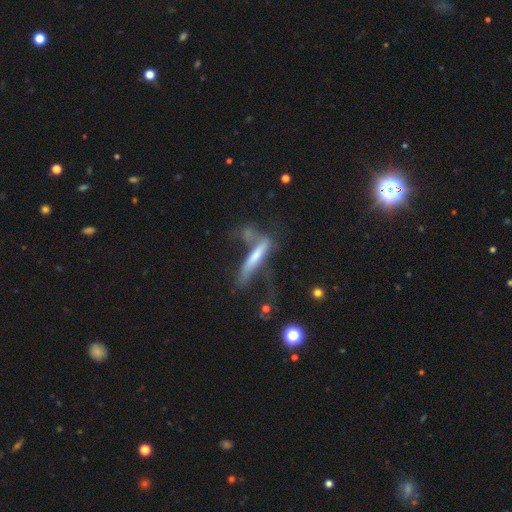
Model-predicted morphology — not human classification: The model was most divided on "smooth or featured" (2-way tie): featured or disk: 46%, smooth: 46%, star or artifact: 8%. Remaining: merging — none (31%).